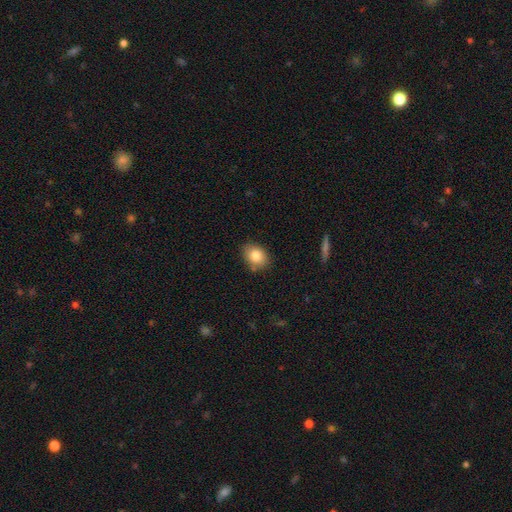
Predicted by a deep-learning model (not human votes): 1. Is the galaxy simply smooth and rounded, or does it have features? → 83% smooth, 9% star or artifact, 8% featured or disk.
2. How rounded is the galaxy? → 65% in between, 34% round, 1% cigar-shaped.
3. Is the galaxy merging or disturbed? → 81% none, 13% minor disturbance, 3% major disturbance, 2% merger.